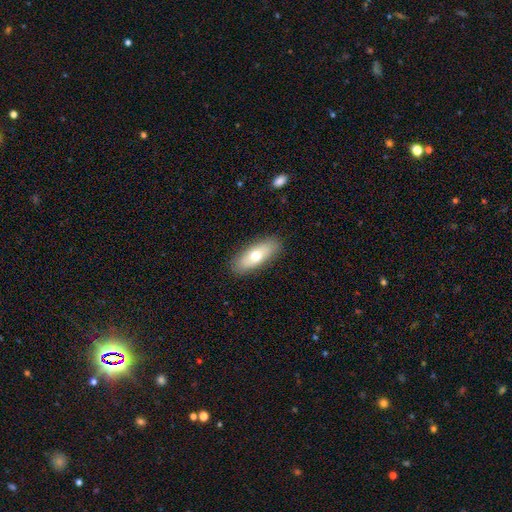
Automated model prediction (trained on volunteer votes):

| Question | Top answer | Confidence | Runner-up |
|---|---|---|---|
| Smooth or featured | smooth | 67% | featured or disk (27%) |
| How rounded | in between | 71% | cigar-shaped (26%) |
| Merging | none | 88% | minor disturbance (9%) |